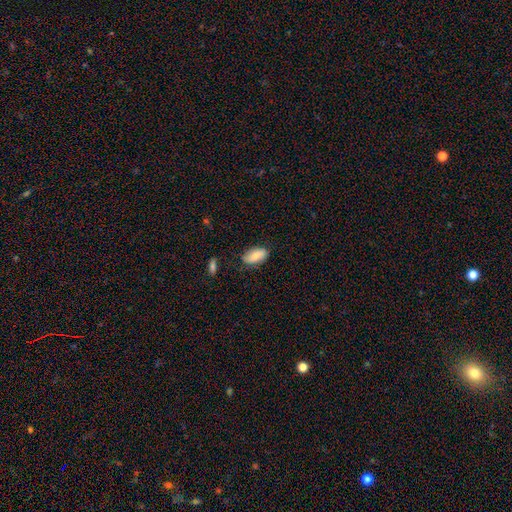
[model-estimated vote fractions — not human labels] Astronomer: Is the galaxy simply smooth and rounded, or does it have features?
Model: smooth — 78%.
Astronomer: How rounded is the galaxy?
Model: in between — 93%.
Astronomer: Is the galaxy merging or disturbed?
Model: none — 75%.